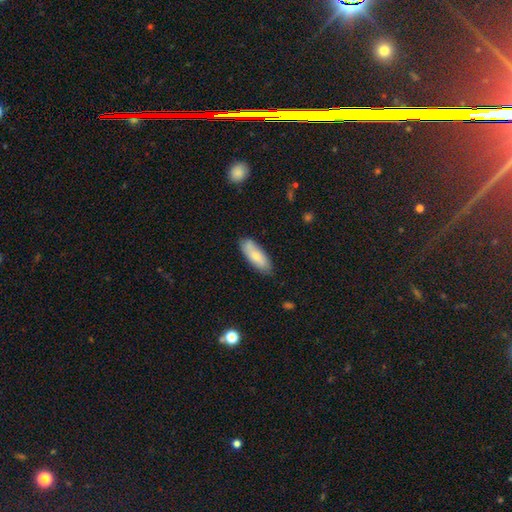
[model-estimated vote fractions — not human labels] Smooth or featured: smooth — 72% (featured or disk — 22%)
How rounded: in between — 72% (cigar-shaped — 26%)
Merging: none — 78% (minor disturbance — 17%)